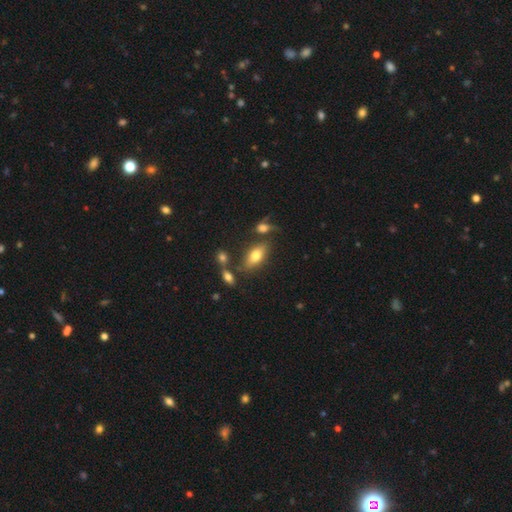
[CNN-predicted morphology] smooth 72%, featured or disk 19%, star or artifact 9%. Down the decision tree: how rounded — in between (85%); merging — none (68%).